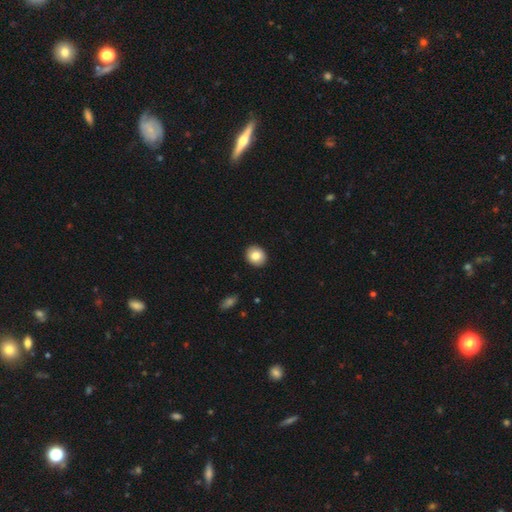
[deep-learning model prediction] The model was most divided on "how rounded": round: 76%, in between: 23%, cigar-shaped: 1%. More confident: merging — none (92%); smooth or featured — smooth (83%).